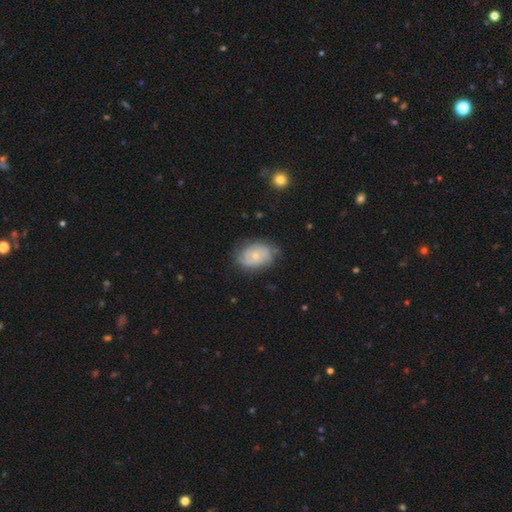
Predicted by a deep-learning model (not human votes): A featured or disk galaxy (50%).

Vote fractions:
- Smooth or featured? featured or disk: 50% / smooth: 42% / star or artifact: 8%
- Merging? none: 69% / minor disturbance: 23% / major disturbance: 7% / merger: 2%